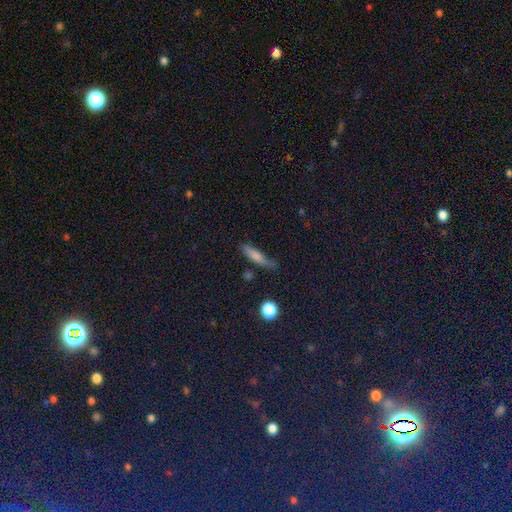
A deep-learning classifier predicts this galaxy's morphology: Smooth or featured? Predicted: smooth (p=0.72). How rounded? Predicted: cigar-shaped (p=0.76). Merging? Predicted: none (p=0.57).